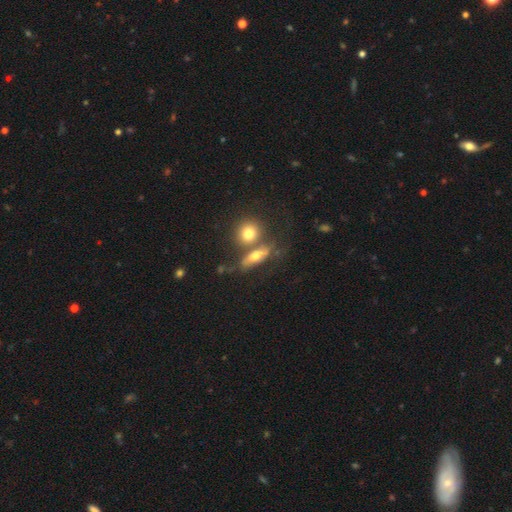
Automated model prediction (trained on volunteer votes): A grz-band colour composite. It shows a smooth galaxy with no disk features (61%) that is in between round and cigar-shaped (61%). Merging: none (40%).